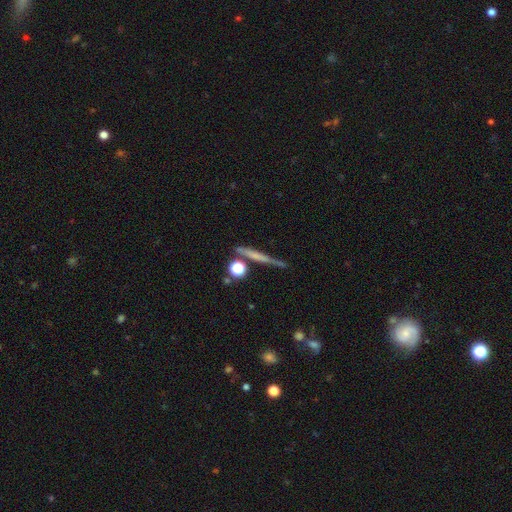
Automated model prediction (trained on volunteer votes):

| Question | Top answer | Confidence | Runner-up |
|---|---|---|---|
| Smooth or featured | featured or disk | 48% | smooth (41%) |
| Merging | none | 77% | minor disturbance (12%) |